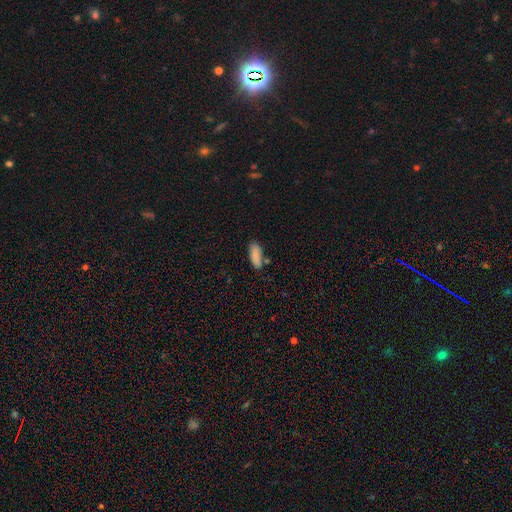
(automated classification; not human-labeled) smooth 85%, featured or disk 8%, star or artifact 7%. Down the decision tree: how rounded — in between (76%); merging — none (67%).